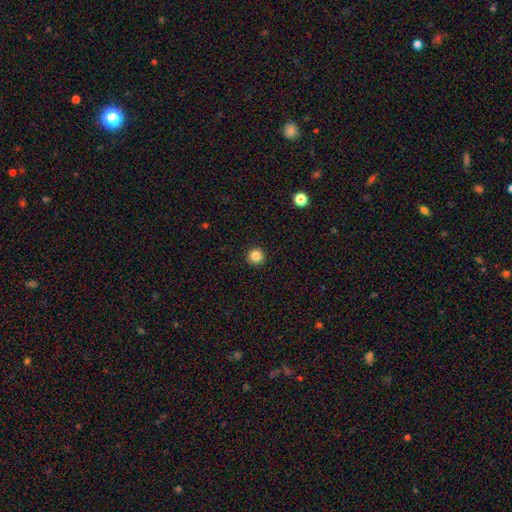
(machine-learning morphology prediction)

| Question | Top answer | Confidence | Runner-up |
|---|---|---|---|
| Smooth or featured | smooth | 85% | star or artifact (11%) |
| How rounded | round | 96% | in between (3%) |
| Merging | none | 93% | minor disturbance (4%) |